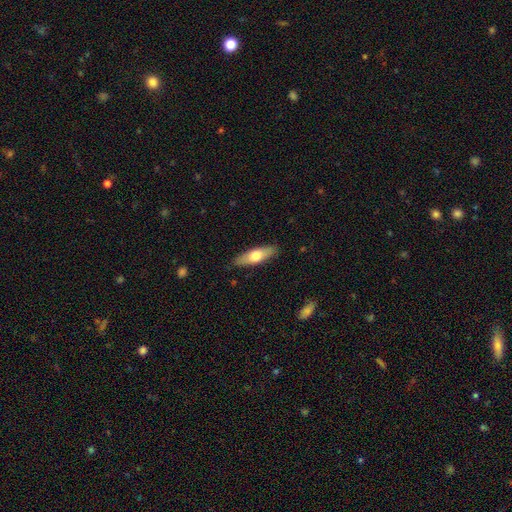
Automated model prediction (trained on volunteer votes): Smooth or featured? Predicted: smooth (p=0.62). How rounded? Predicted: in between (p=0.50). Merging? Predicted: none (p=0.87).